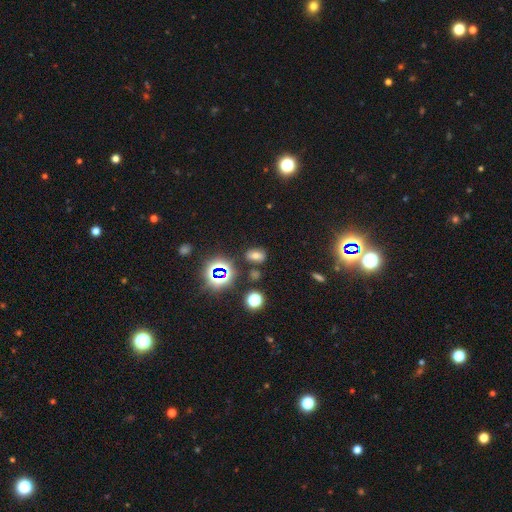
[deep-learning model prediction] Smooth or featured: smooth — 56% (star or artifact — 32%)
How rounded: in between — 79% (round — 18%)
Merging: none — 79% (minor disturbance — 11%)